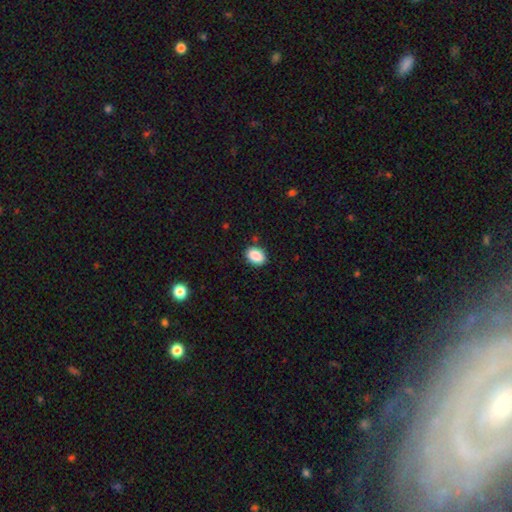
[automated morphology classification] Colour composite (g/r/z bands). It shows a smooth galaxy with no disk features (89%) that is in between round and cigar-shaped (78%). Merging: none (87%).